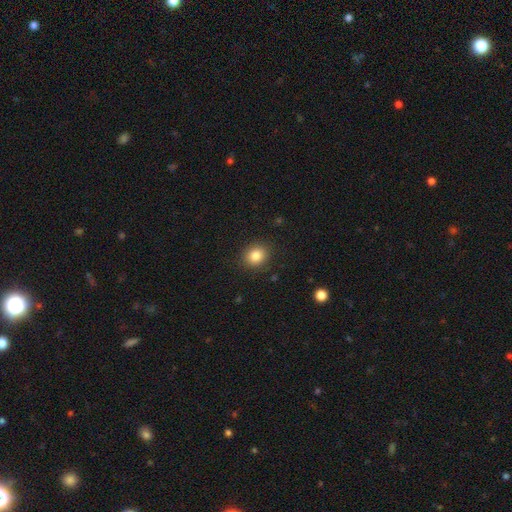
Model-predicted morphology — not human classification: Q: Smooth or featured?
A: smooth (84%); runner-up: star or artifact (10%)
Q: How rounded?
A: round (75%); runner-up: in between (25%)
Q: Merging?
A: none (89%); runner-up: minor disturbance (8%)